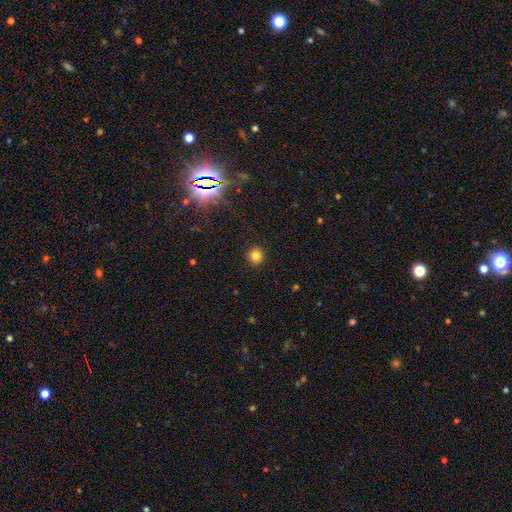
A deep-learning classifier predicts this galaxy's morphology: type=smooth (81%); roundness=round (93%); merging=none (92%).